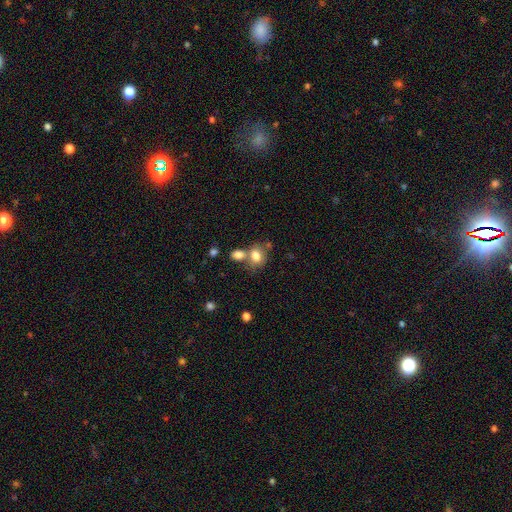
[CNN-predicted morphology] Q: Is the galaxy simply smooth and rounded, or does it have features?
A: smooth — 79%.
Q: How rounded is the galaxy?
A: in between — 54%.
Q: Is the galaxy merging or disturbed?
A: none — 43%.